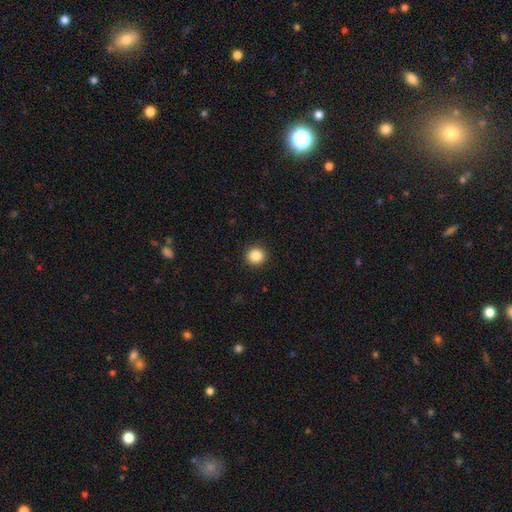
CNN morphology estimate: A smooth galaxy with no disk features (86%) that is round (93%). Merging: none (93%).